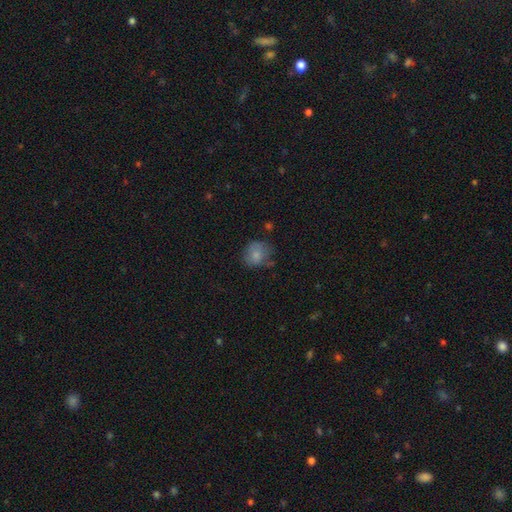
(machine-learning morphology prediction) This appears to be a smooth galaxy with no disk features (70%) that is round (67%). Merging: none (65%).